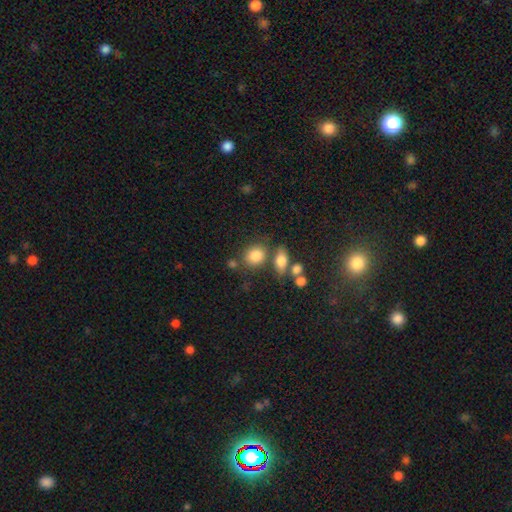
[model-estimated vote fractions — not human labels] A smooth galaxy with no disk features (82%) that is round (54%). Merging: none (61%).